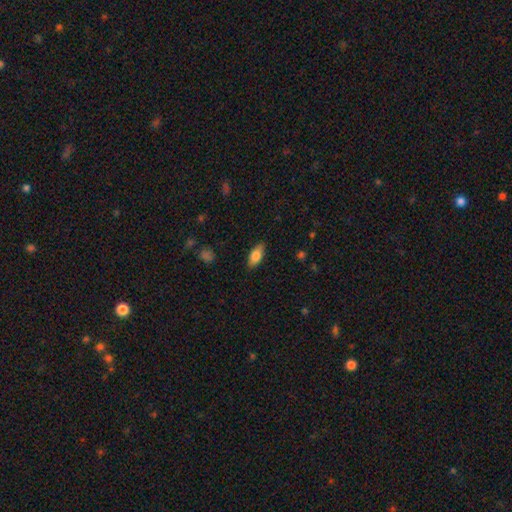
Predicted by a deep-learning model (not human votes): This is likely a smooth galaxy (78%). How rounded: clearly in between (85%). Merging: clearly none (83%).